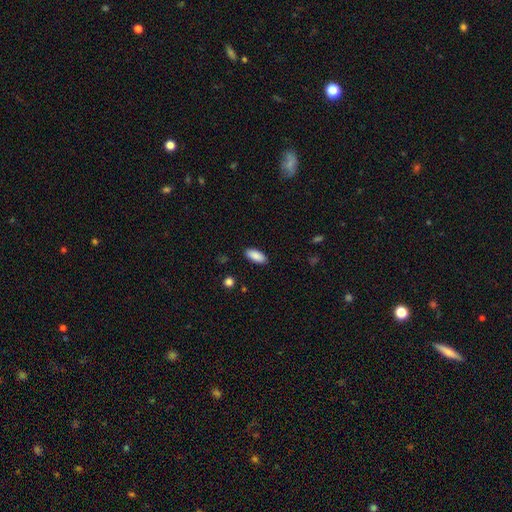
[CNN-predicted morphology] This appears to be a smooth galaxy with no disk features (89%) that is in between round and cigar-shaped (85%). Merging: none (89%).